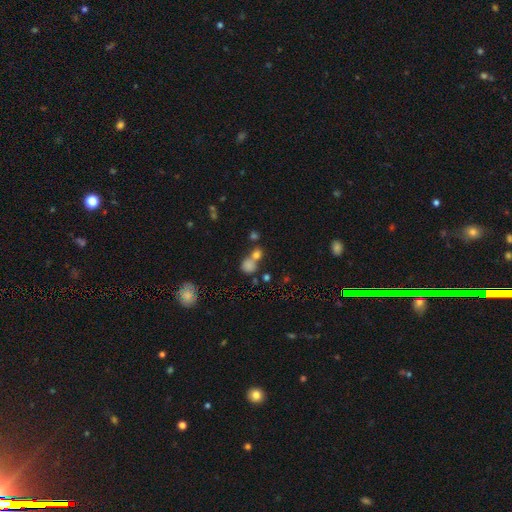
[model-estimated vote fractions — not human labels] Q: Smooth or featured?
A: smooth (69%); runner-up: star or artifact (22%)
Q: How rounded?
A: round (78%); runner-up: in between (20%)
Q: Merging?
A: none (48%); runner-up: merger (39%)